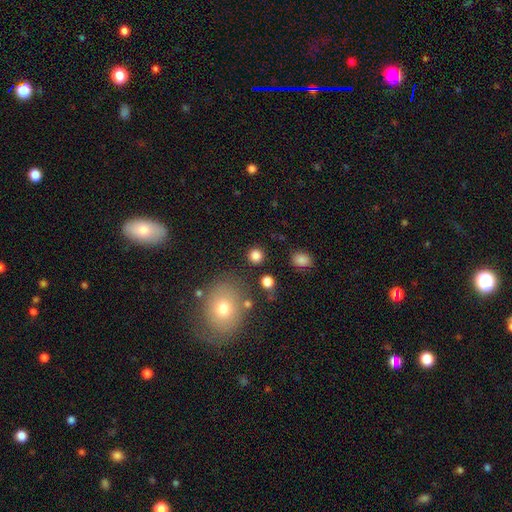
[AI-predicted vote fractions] smooth-or-featured: smooth: 83% | star or artifact: 12% | featured or disk: 5%
  how-rounded: round: 90% | in between: 9% | cigar-shaped: 1%
  merging: none: 86% | minor disturbance: 7% | merger: 4% | major disturbance: 3%